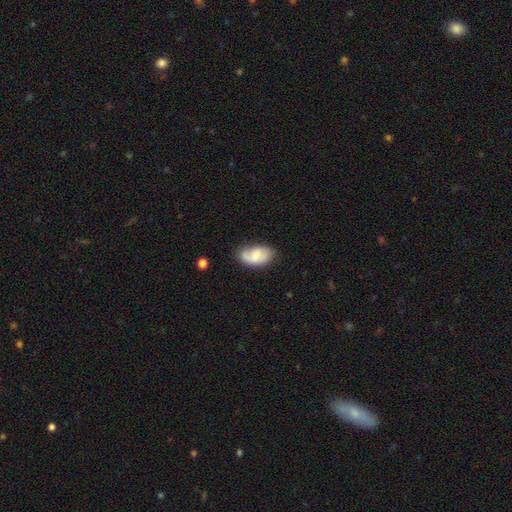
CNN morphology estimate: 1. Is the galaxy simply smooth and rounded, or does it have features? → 65% smooth, 28% featured or disk, 7% star or artifact.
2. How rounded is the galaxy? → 93% in between, 5% round, 2% cigar-shaped.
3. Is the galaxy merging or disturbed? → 58% none, 29% minor disturbance, 9% major disturbance, 4% merger.